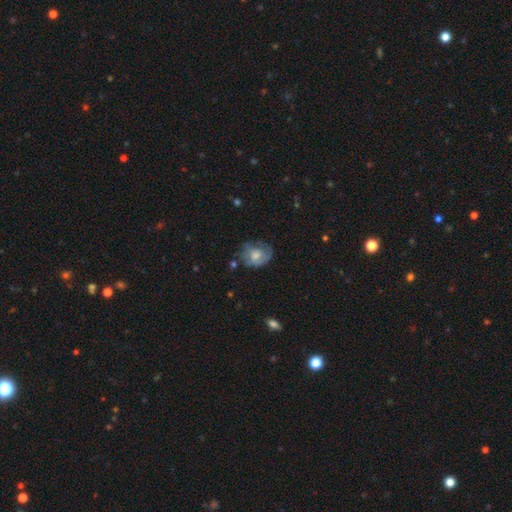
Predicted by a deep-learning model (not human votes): smooth_or_featured: smooth (p=0.48) [alt: featured or disk p=0.44]
merging: none (p=0.51) [alt: minor disturbance p=0.29]